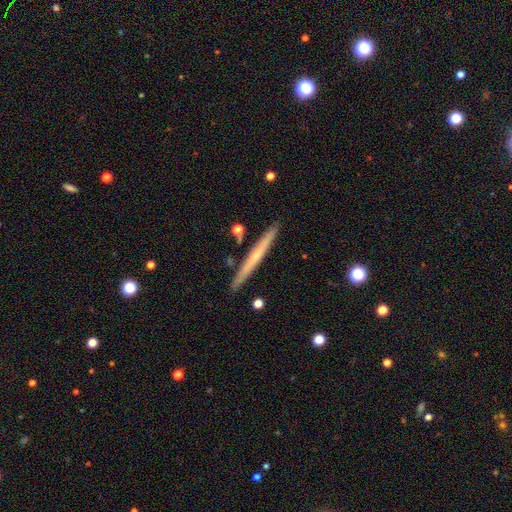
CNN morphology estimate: A featured or disk galaxy (57%) viewed edge-on (97%) with no central bulge (54%).

Vote fractions:
- Smooth or featured? featured or disk: 57% / smooth: 37% / star or artifact: 6%
- Edge-on disk? yes: 97% / no: 3%
- Edge-on bulge? none: 54% / rounded: 43% / boxy: 3%
- Merging? none: 90% / minor disturbance: 7% / merger: 2% / major disturbance: 1%